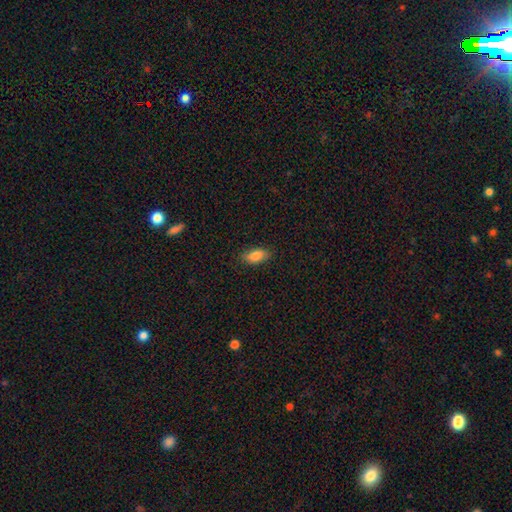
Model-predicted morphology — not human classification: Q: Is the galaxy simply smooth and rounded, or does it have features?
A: smooth — 85%.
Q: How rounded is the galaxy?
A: in between — 89%.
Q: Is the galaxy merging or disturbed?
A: none — 85%.